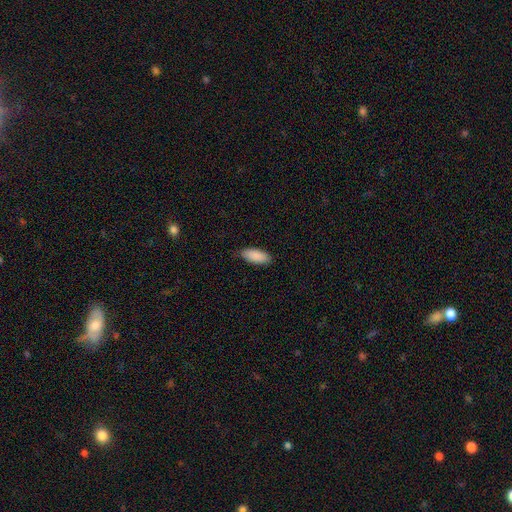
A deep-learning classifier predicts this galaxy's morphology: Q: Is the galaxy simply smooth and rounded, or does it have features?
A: smooth — 90%.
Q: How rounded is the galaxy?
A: in between — 86%.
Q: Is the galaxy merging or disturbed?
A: none — 84%.